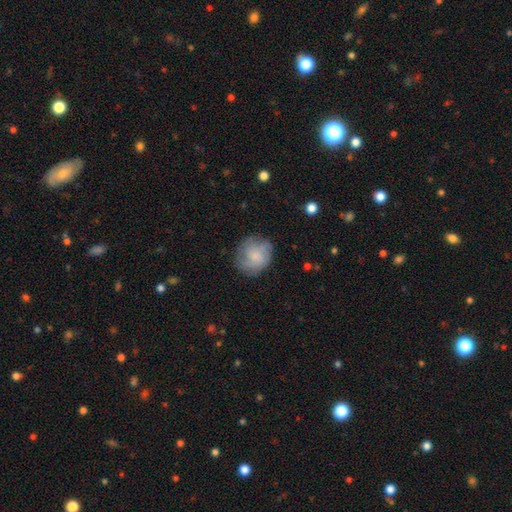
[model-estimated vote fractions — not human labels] smooth_or_featured: smooth (p=0.62) [alt: featured or disk p=0.30]
how_rounded: round (p=0.77) [alt: in between p=0.22]
merging: none (p=0.71) [alt: minor disturbance p=0.20]